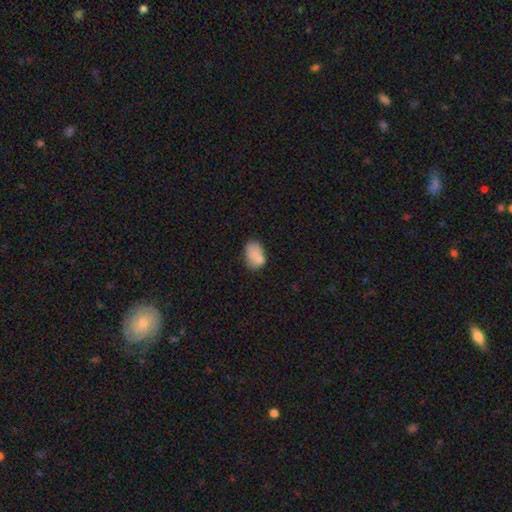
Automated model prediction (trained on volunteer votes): The model was most divided on "merging": none: 48%, minor disturbance: 25%, merger: 18%, major disturbance: 9%. More confident: how rounded — in between (84%); smooth or featured — smooth (77%).